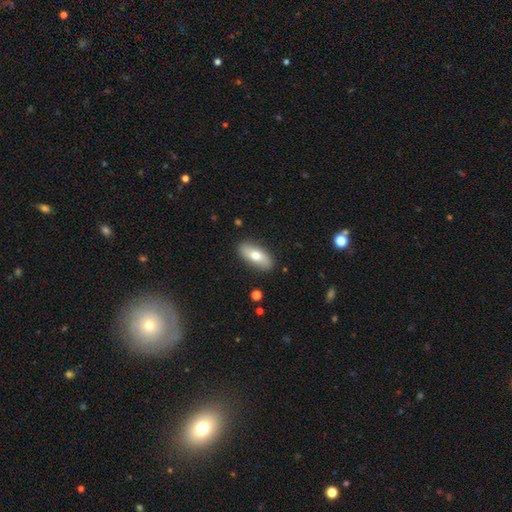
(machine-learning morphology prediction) Q: Smooth or featured?
A: smooth (69%); runner-up: featured or disk (25%)
Q: How rounded?
A: in between (83%); runner-up: cigar-shaped (14%)
Q: Merging?
A: none (88%); runner-up: minor disturbance (9%)